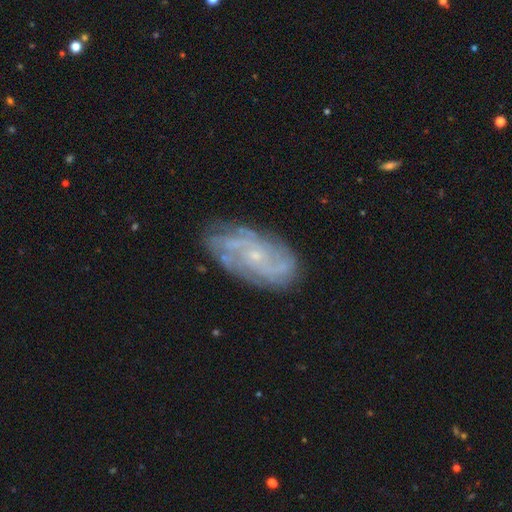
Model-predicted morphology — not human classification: Smooth or featured?
  - featured or disk: 79% *
  - smooth: 13%
  - star or artifact: 8%
Edge-on disk?
  - no: 94% *
  - yes: 6%
Bar?
  - no: 75% *
  - weak: 21%
  - strong: 4%
Spiral arms?
  - yes: 91% *
  - no: 9%
Spiral winding?
  - tight: 47% *
  - medium: 37%
  - loose: 15%
Spiral arm count?
  - can't tell: 37% *
  - 2: 19%
  - 4: 15%
  - 3: 15%
  - more than 4: 7%
  - 1: 6%
Bulge size?
  - small: 82% *
  - moderate: 12%
  - none: 4%
  - large: 1%
  - dominant: 1%
Merging?
  - none: 77% *
  - minor disturbance: 16%
  - major disturbance: 6%
  - merger: 2%